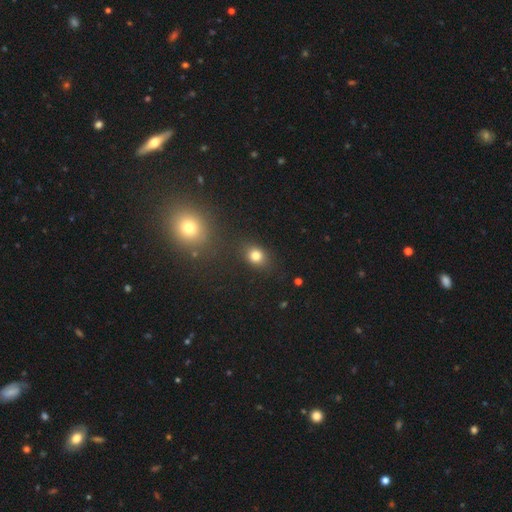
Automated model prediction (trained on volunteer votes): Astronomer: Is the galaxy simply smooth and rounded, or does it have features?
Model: smooth — 80%.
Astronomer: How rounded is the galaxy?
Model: round — 54% (runner-up: in between, 44%).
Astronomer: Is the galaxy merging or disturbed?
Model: none — 80%.